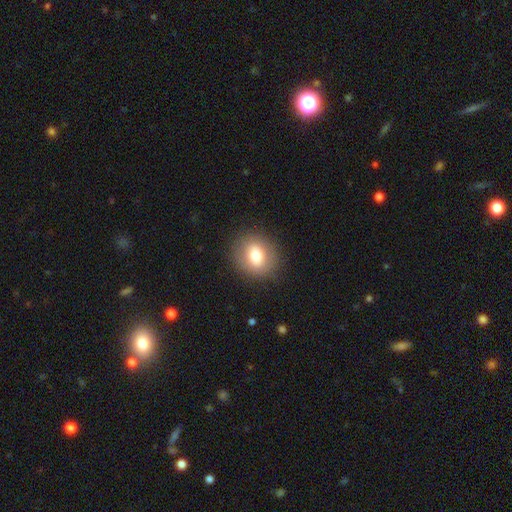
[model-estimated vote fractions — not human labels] Smooth or featured?
  - smooth: 73% *
  - featured or disk: 18%
  - star or artifact: 9%
How rounded?
  - round: 72% *
  - in between: 27%
  - cigar-shaped: 1%
Merging?
  - none: 87% *
  - minor disturbance: 9%
  - major disturbance: 4%
  - merger: 1%